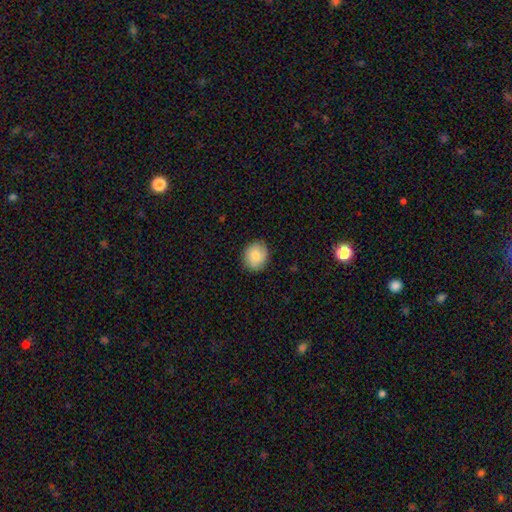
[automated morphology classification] Smooth or featured: smooth — 80% (featured or disk — 12%)
How rounded: round — 74% (in between — 25%)
Merging: none — 87% (minor disturbance — 10%)